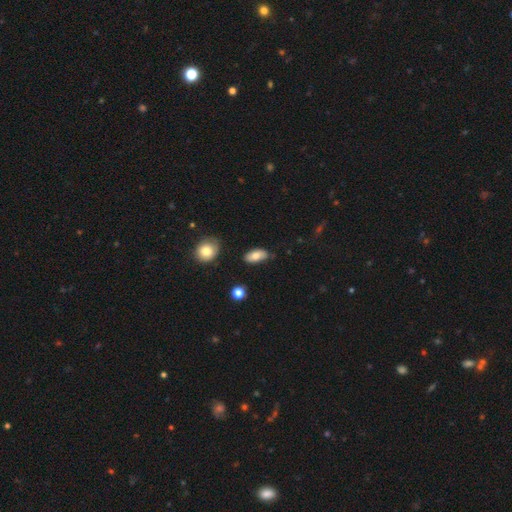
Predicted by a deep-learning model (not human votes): The model was most divided on "merging": none: 76%, minor disturbance: 18%, major disturbance: 3%, merger: 2%. More confident: how rounded — in between (91%); smooth or featured — smooth (76%).